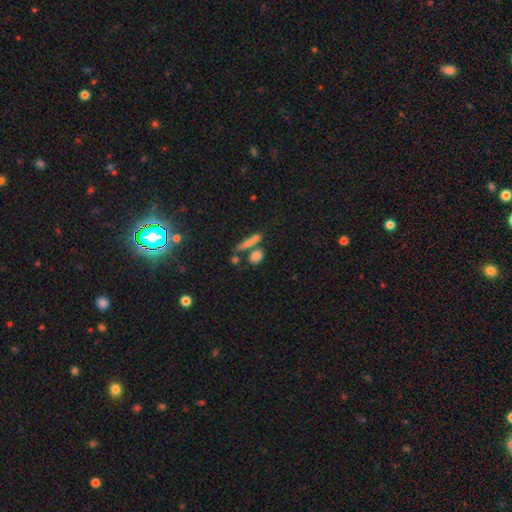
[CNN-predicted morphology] type=smooth (77%); roundness=in between (51%); merging=none (59%).